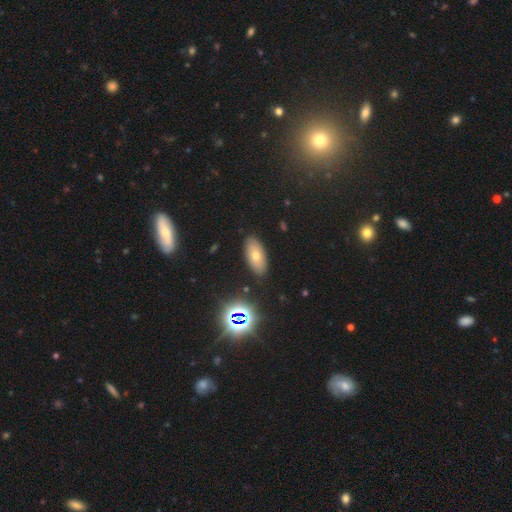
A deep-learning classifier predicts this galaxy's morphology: Smooth or featured? Predicted: smooth (p=0.67). How rounded? Predicted: in between (p=0.90). Merging? Predicted: none (p=0.86).